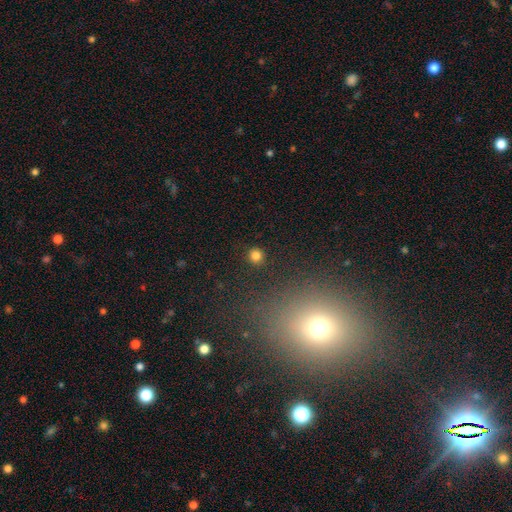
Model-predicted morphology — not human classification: smooth_or_featured: smooth (p=0.81) [alt: star or artifact p=0.14]
how_rounded: round (p=0.93) [alt: in between p=0.06]
merging: none (p=0.92) [alt: minor disturbance p=0.05]